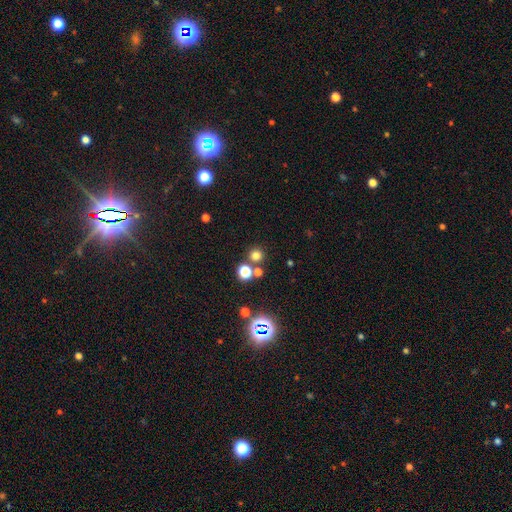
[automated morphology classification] Smooth or featured: smooth — 71% (star or artifact — 23%)
How rounded: round — 93% (in between — 6%)
Merging: none — 75% (merger — 16%)